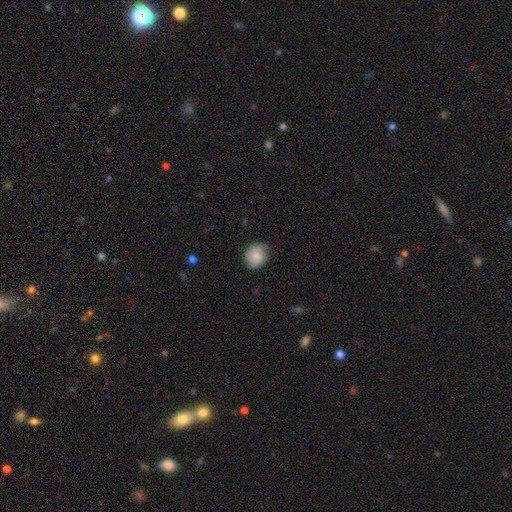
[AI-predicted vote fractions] smooth 83%, featured or disk 9%, star or artifact 7%. Down the decision tree: how rounded — round (77%); merging — none (79%).